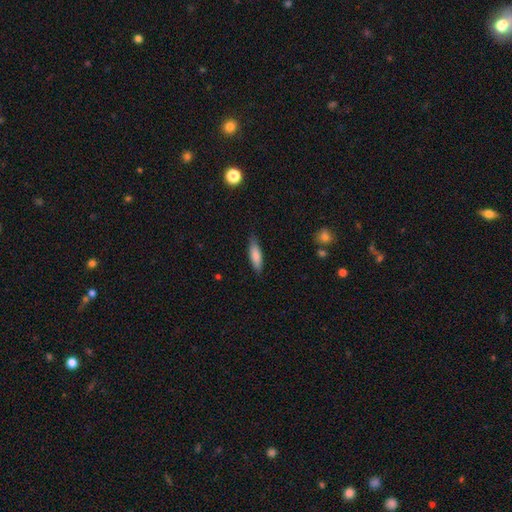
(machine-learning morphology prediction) Smooth or featured?
  - smooth: 81% *
  - featured or disk: 13%
  - star or artifact: 6%
How rounded?
  - cigar-shaped: 58% *
  - in between: 41%
  - round: 2%
Merging?
  - none: 83% *
  - minor disturbance: 13%
  - major disturbance: 2%
  - merger: 1%